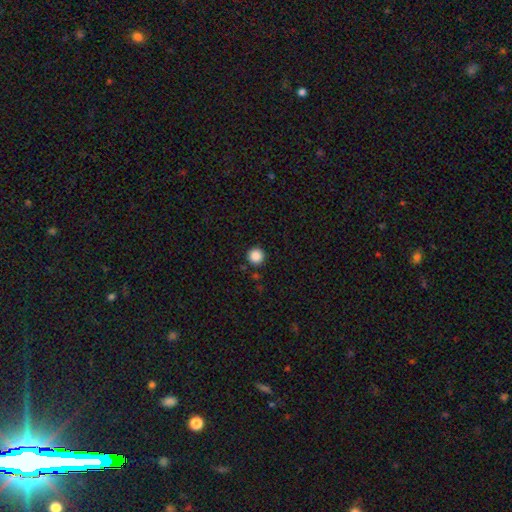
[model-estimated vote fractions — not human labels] Morphology: type=smooth (88%); roundness=round (96%); merging=none (92%).